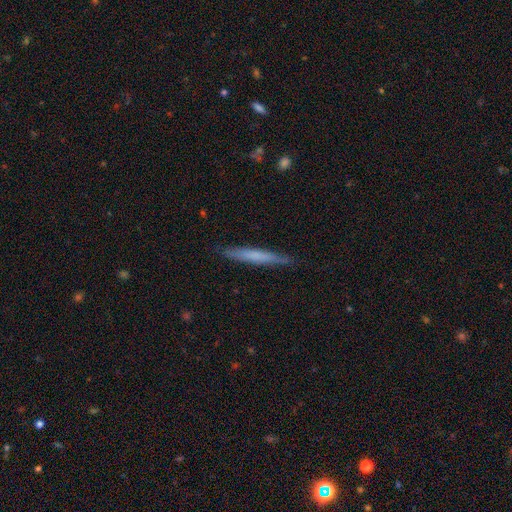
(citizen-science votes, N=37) Overall: smooth (49%; featured or disk 46%). How rounded: cigar-shaped (100%). Merging: none (89%).